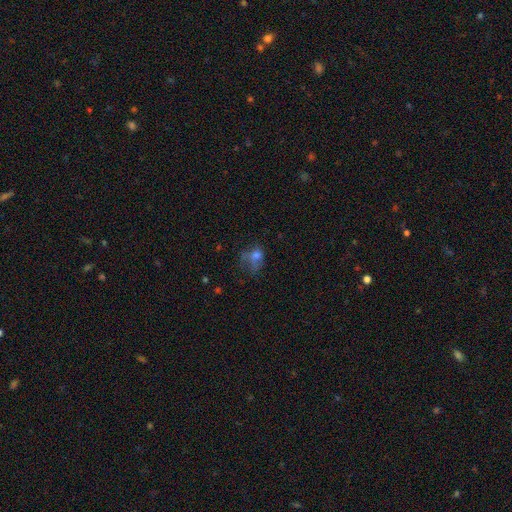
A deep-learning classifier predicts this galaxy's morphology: Smooth or featured: smooth — 56% (featured or disk — 27%)
How rounded: in between — 61% (round — 37%)
Merging: major disturbance — 45% (none — 29%)